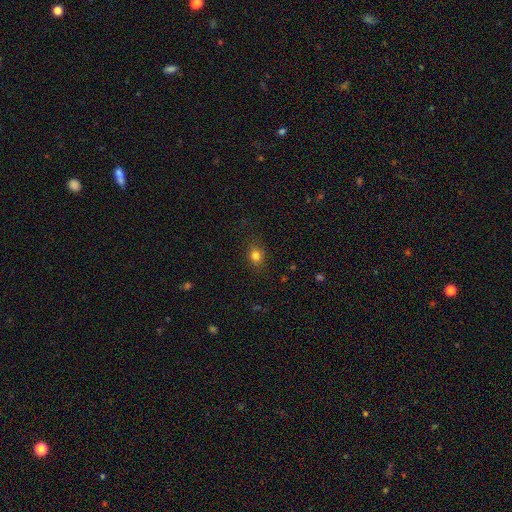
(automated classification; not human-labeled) A smooth galaxy with no disk features (81%) that is round (64%). Merging: none (84%).